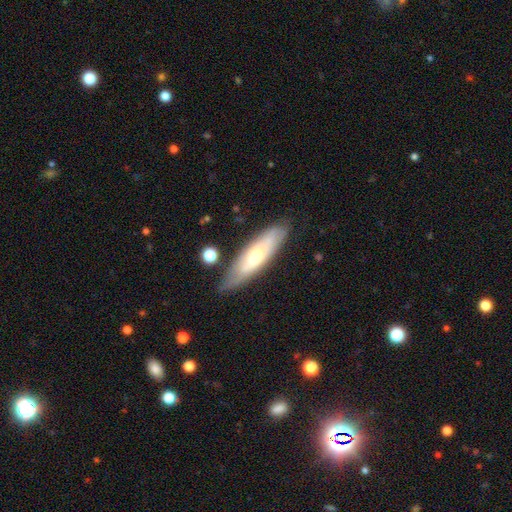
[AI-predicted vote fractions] Smooth or featured? featured or disk (50%)
Merging? none (78%)